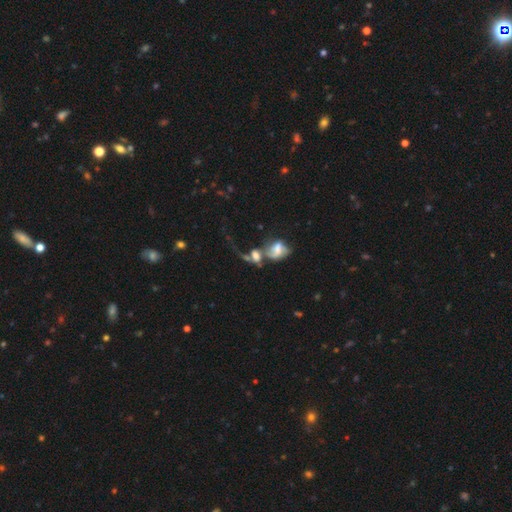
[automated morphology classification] A featured or disk galaxy (50%).

Vote fractions:
- Smooth or featured? featured or disk: 50% / smooth: 37% / star or artifact: 13%
- Edge-on disk? no: 90% / yes: 10%
- Merging? merger: 62% / major disturbance: 17% / none: 14% / minor disturbance: 7%